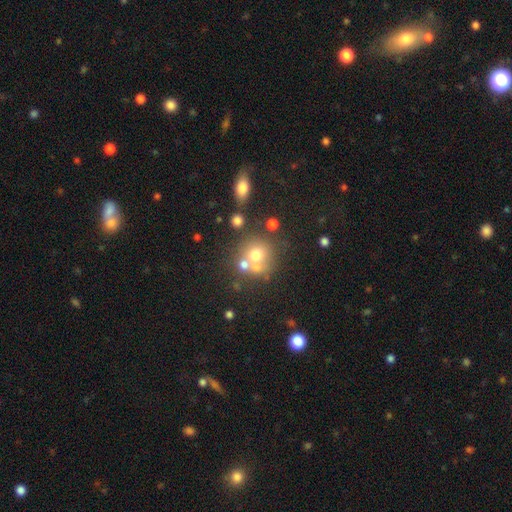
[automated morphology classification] smooth_or_featured: smooth (p=0.64) [alt: featured or disk p=0.20]
how_rounded: round (p=0.86) [alt: in between p=0.13]
merging: none (p=0.52) [alt: merger p=0.31]